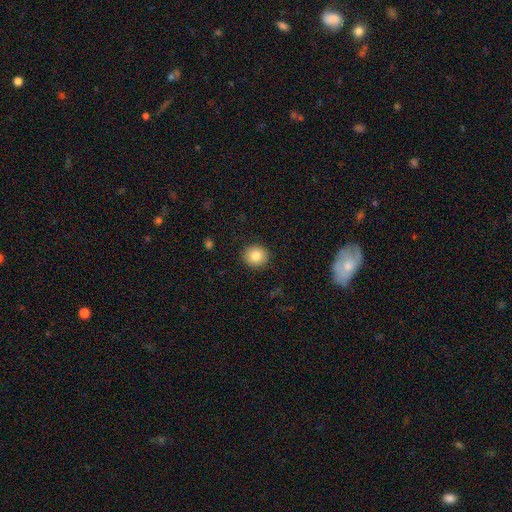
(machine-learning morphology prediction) type=smooth (83%); roundness=round (89%); merging=none (91%).